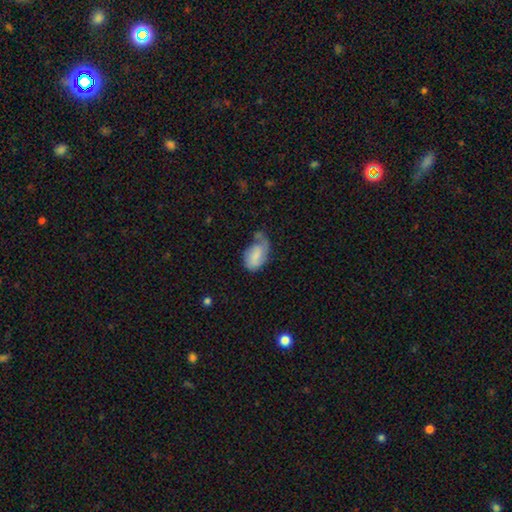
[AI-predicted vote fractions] A smooth galaxy with no disk features (67%) that is in between round and cigar-shaped (90%).

Vote fractions:
- Smooth or featured? smooth: 67% / featured or disk: 26% / star or artifact: 7%
- How rounded? in between: 90% / round: 8% / cigar-shaped: 2%
- Merging? minor disturbance: 38% / none: 29% / major disturbance: 25% / merger: 7%